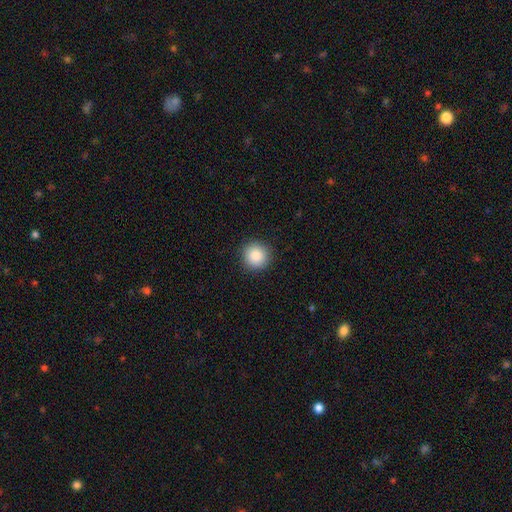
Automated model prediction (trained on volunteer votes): Q: Smooth or featured?
A: smooth (88%); runner-up: star or artifact (8%)
Q: How rounded?
A: round (94%); runner-up: in between (5%)
Q: Merging?
A: none (91%); runner-up: minor disturbance (6%)